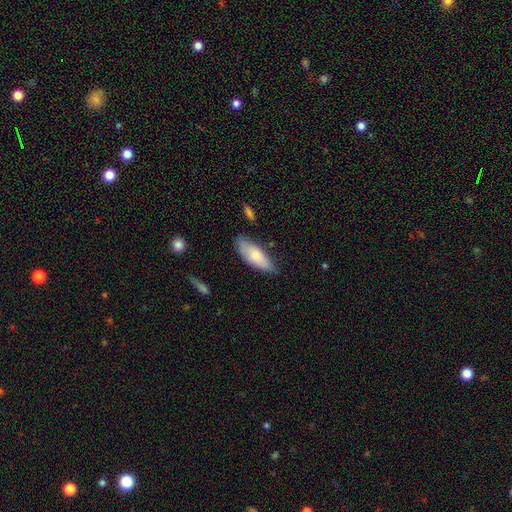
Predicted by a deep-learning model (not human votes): This is likely a smooth galaxy (74%). How rounded: likely in between (79%). Merging: likely none (62%).